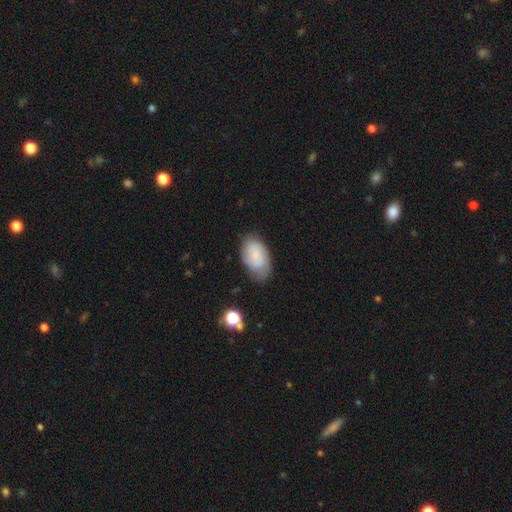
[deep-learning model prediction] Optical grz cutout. It shows a smooth galaxy with no disk features (59%) that is in between round and cigar-shaped (92%). Merging: none (66%).